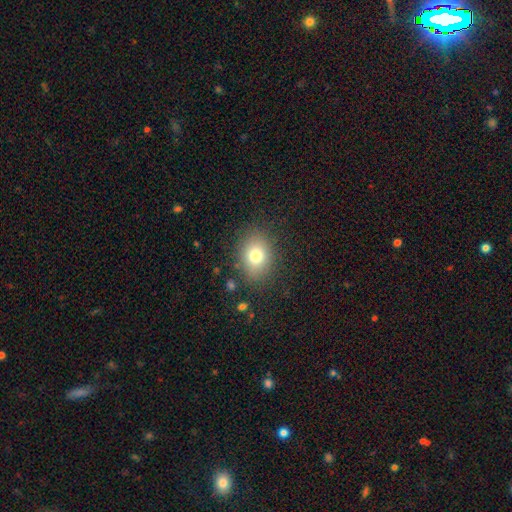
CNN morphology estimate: Smooth or featured? Predicted: smooth (p=0.76). How rounded? Predicted: in between (p=0.54). Merging? Predicted: none (p=0.83).